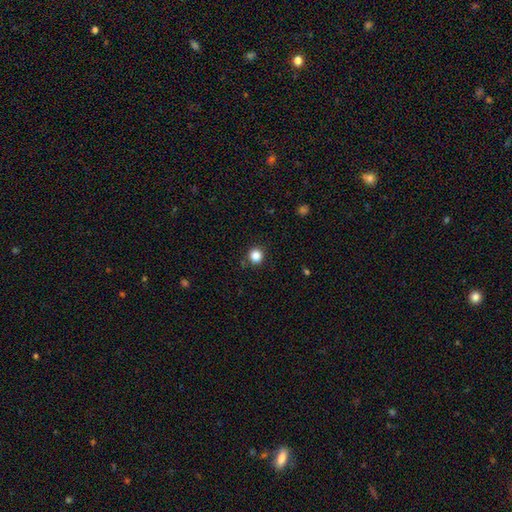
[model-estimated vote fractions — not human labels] Q: Smooth or featured?
A: smooth (85%); runner-up: star or artifact (12%)
Q: How rounded?
A: round (93%); runner-up: in between (6%)
Q: Merging?
A: none (89%); runner-up: minor disturbance (6%)